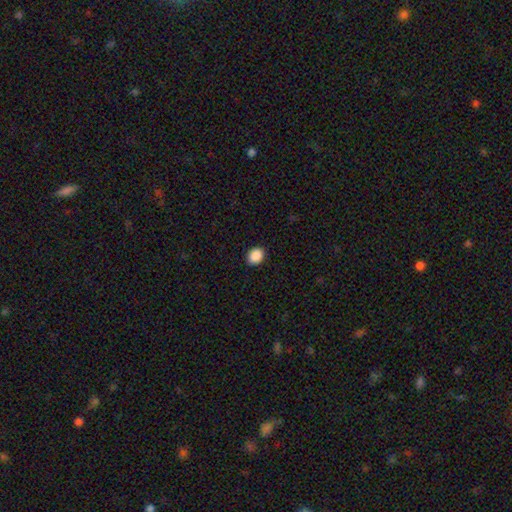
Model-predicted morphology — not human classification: Smooth or featured?
  - smooth: 90% *
  - star or artifact: 8%
  - featured or disk: 2%
How rounded?
  - in between: 54% *
  - round: 45%
  - cigar-shaped: 1%
Merging?
  - none: 91% *
  - minor disturbance: 6%
  - major disturbance: 2%
  - merger: 1%